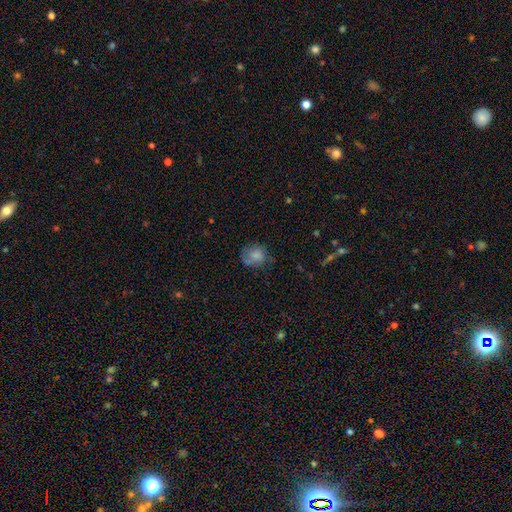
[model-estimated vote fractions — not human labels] This is likely a smooth galaxy (70%). How rounded: likely round (71%). Merging: possibly none (60%).